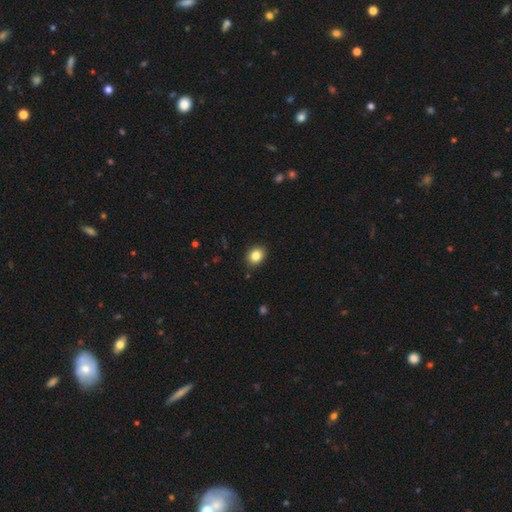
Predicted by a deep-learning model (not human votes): smooth_or_featured: smooth (p=0.84) [alt: star or artifact p=0.10]
how_rounded: in between (p=0.53) [alt: round p=0.46]
merging: none (p=0.89) [alt: minor disturbance p=0.08]